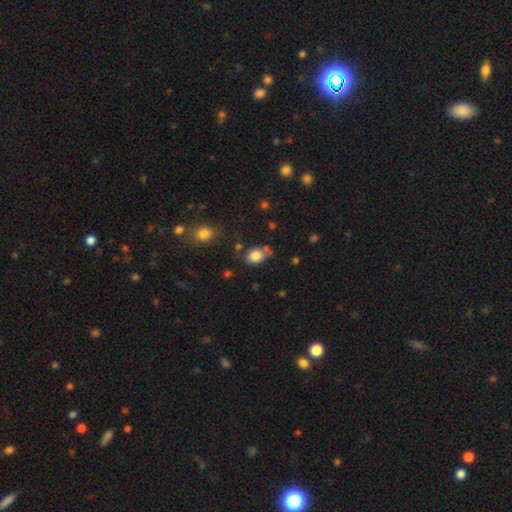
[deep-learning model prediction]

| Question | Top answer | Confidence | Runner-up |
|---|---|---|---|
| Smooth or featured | smooth | 83% | star or artifact (10%) |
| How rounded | in between | 64% | round (35%) |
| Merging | none | 61% | minor disturbance (19%) |